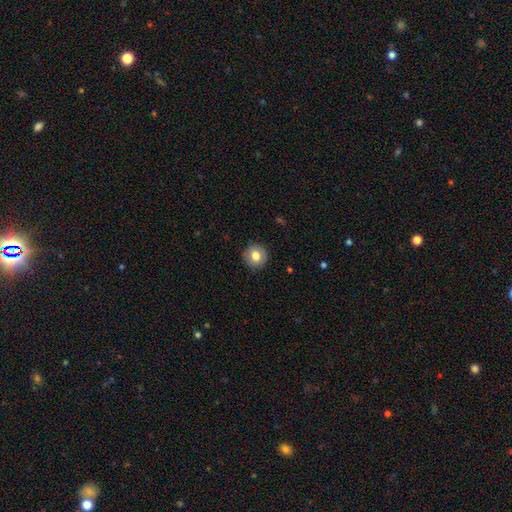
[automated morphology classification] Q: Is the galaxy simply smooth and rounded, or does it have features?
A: smooth — 79%.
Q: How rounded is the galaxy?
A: round — 92%.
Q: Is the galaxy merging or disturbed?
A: none — 89%.